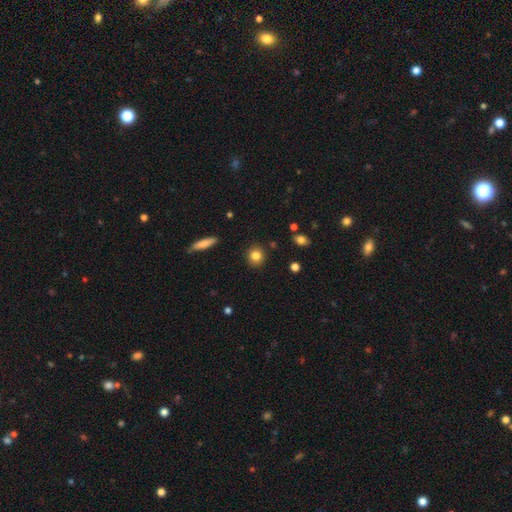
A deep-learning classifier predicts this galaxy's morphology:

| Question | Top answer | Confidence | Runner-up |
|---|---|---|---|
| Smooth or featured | smooth | 83% | star or artifact (10%) |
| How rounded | round | 83% | in between (15%) |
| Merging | none | 89% | minor disturbance (7%) |